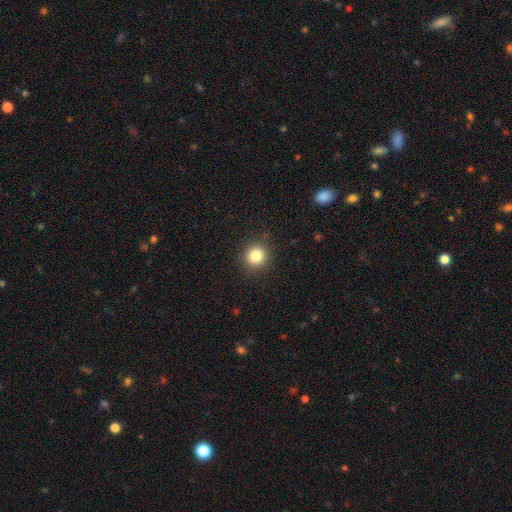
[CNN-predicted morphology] This appears to be a smooth galaxy with no disk features (83%) that is round (89%). Merging: none (89%).